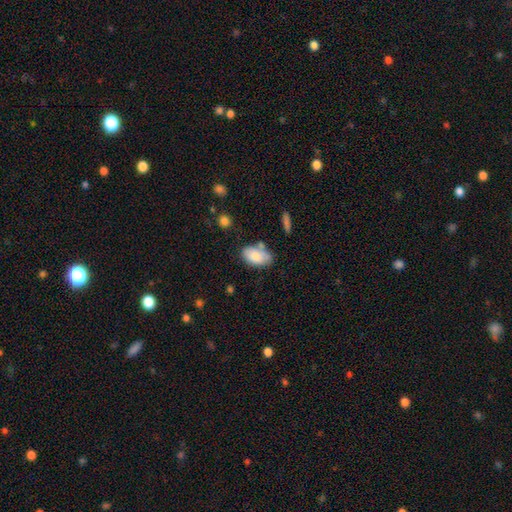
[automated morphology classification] Smooth or featured?
  - smooth: 81% *
  - featured or disk: 12%
  - star or artifact: 7%
How rounded?
  - in between: 93% *
  - round: 5%
  - cigar-shaped: 2%
Merging?
  - none: 62% *
  - minor disturbance: 23%
  - merger: 10%
  - major disturbance: 6%